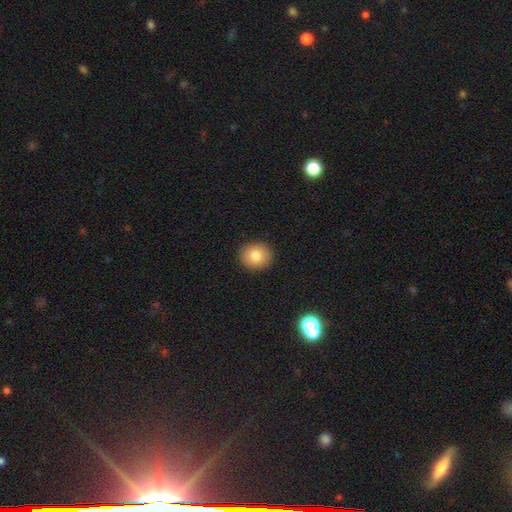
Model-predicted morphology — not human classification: Q: Smooth or featured?
A: smooth (80%); runner-up: star or artifact (10%)
Q: How rounded?
A: round (81%); runner-up: in between (18%)
Q: Merging?
A: none (91%); runner-up: minor disturbance (6%)